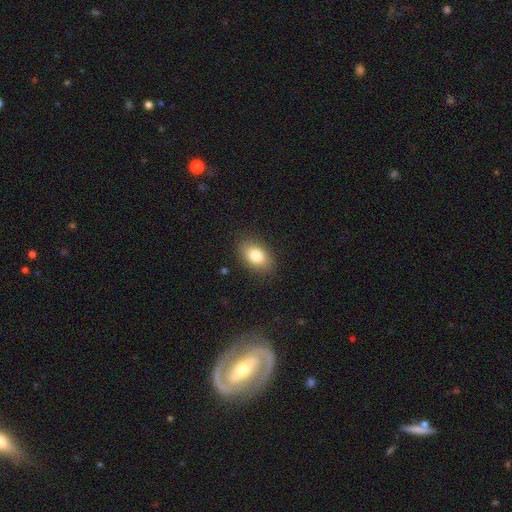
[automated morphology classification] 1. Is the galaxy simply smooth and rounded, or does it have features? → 82% smooth, 10% featured or disk, 8% star or artifact.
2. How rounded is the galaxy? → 88% in between, 10% round, 2% cigar-shaped.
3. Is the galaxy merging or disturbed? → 86% none, 10% minor disturbance, 3% major disturbance, 1% merger.